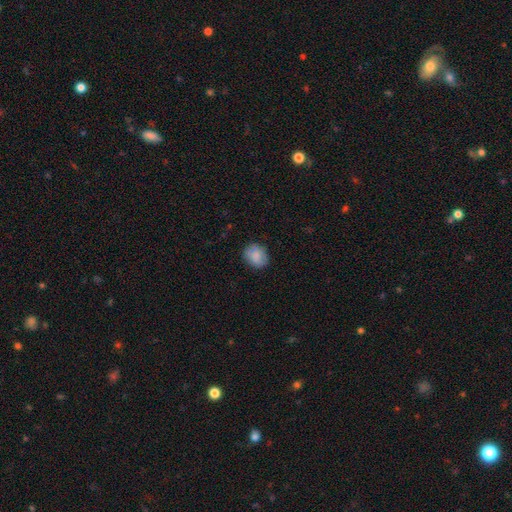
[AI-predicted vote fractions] The model was most divided on "how rounded": round: 57%, in between: 43%, cigar-shaped: 1%. More confident: smooth or featured — smooth (85%); merging — none (81%).